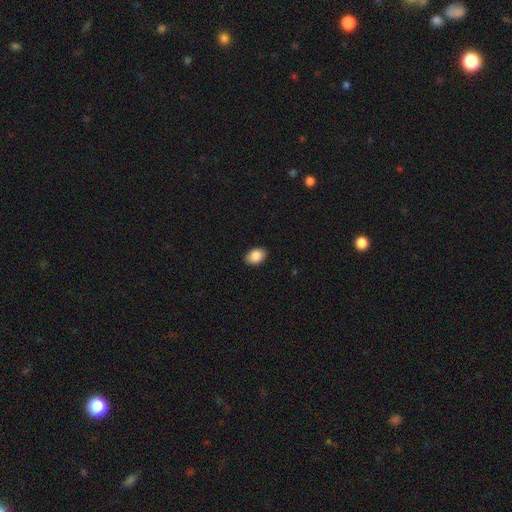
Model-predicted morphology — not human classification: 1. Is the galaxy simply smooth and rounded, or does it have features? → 88% smooth, 7% star or artifact, 4% featured or disk.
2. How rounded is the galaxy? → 83% in between, 16% round, 1% cigar-shaped.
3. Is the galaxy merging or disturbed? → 87% none, 10% minor disturbance, 2% major disturbance, 1% merger.